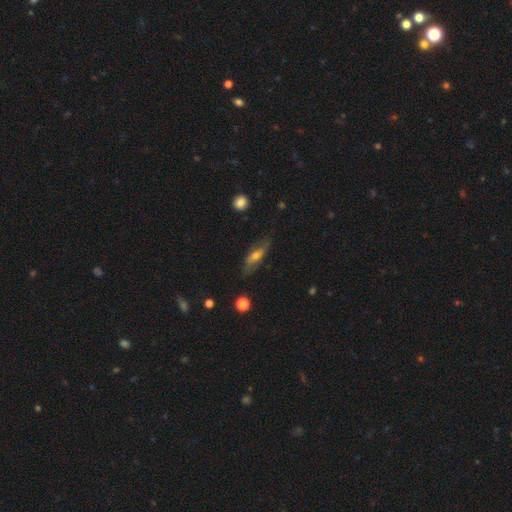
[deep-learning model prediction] The model was most divided on "smooth or featured": featured or disk: 47%, smooth: 45%, star or artifact: 7%. More confident: merging — none (73%).